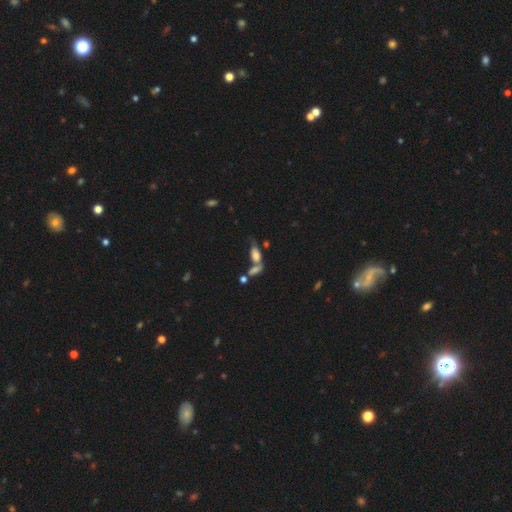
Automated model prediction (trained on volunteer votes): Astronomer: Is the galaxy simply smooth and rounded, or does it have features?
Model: smooth — 60%.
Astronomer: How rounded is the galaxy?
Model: in between — 78%.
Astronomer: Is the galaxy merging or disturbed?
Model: merger — 47% (runner-up: none, 29%).